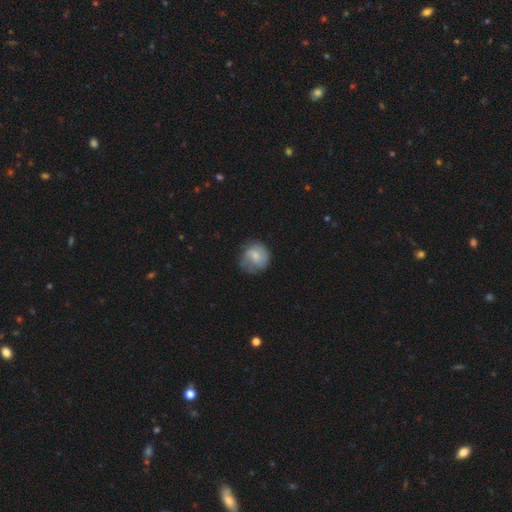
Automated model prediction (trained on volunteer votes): A smooth galaxy with no disk features (61%) that is round (81%).

Vote fractions:
- Smooth or featured? smooth: 61% / featured or disk: 32% / star or artifact: 7%
- How rounded? round: 81% / in between: 19% / cigar-shaped: 1%
- Merging? none: 58% / minor disturbance: 28% / major disturbance: 13% / merger: 1%